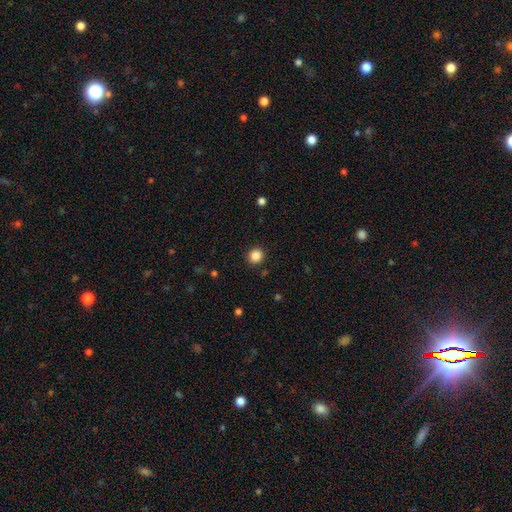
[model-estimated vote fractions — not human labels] The model was most divided on "smooth or featured": smooth: 86%, star or artifact: 11%, featured or disk: 3%. More confident: how rounded — round (92%); merging — none (91%).